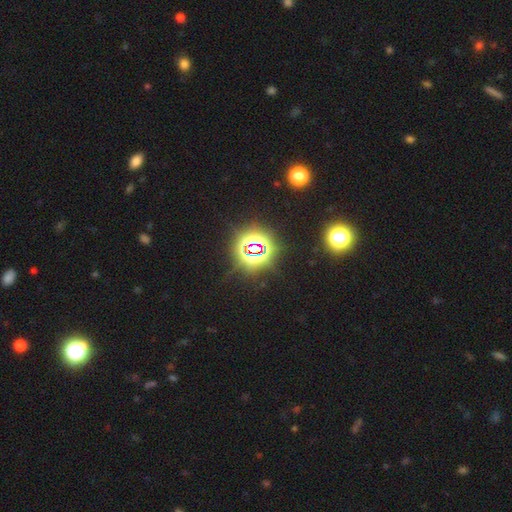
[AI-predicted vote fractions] A star or artifact, not a galaxy (82%).